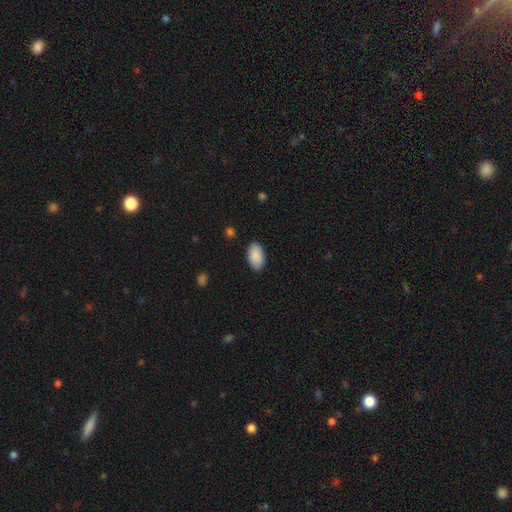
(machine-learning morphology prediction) This appears to be a smooth galaxy with no disk features (90%) that is in between round and cigar-shaped (95%). Merging: none (88%).